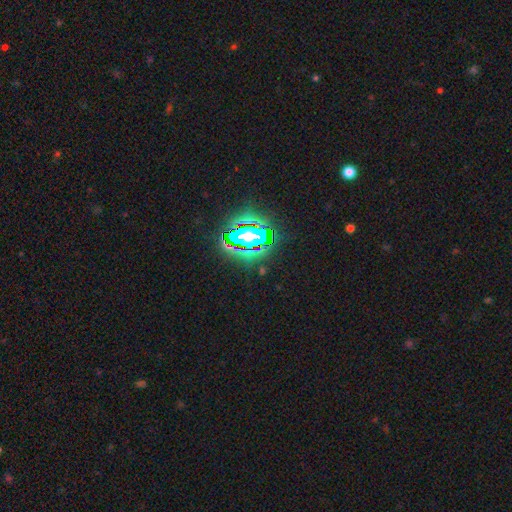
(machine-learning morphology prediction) smooth_or_featured: star or artifact (p=0.80) [alt: smooth p=0.12]